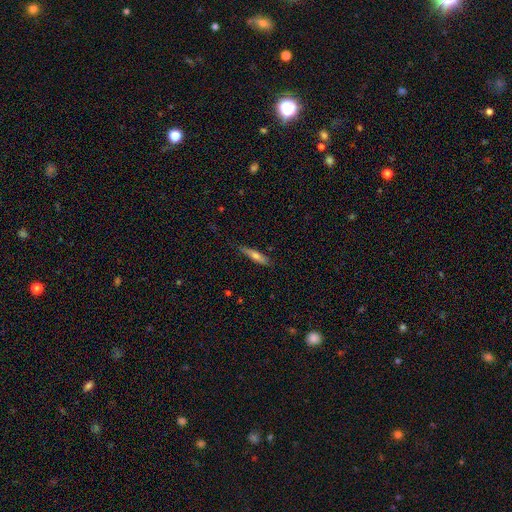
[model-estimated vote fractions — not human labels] This appears to be a smooth galaxy with no disk features (50%) that is cigar-shaped (84%). Merging: none (83%).